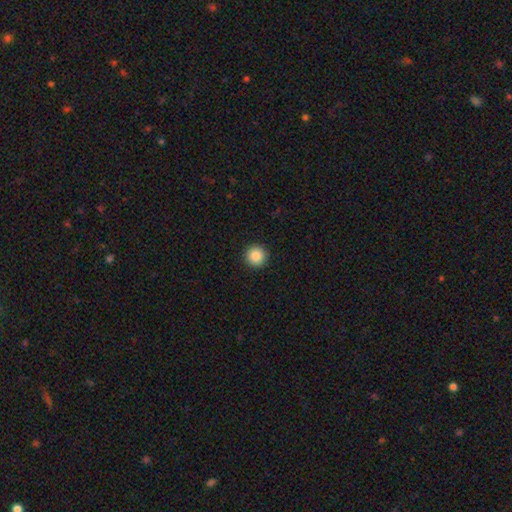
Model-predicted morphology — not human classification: Overall: smooth (86%). How rounded: round (96%). Merging: none (93%).